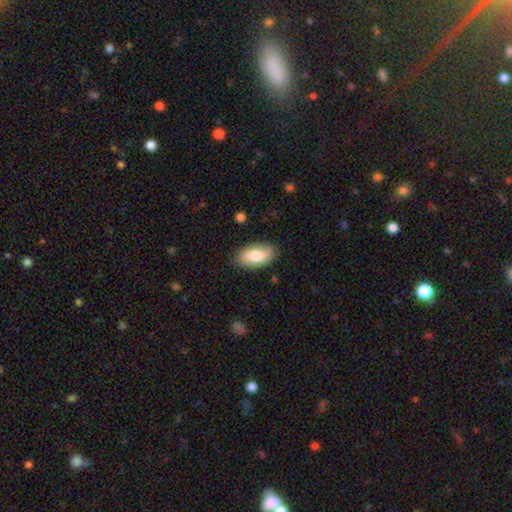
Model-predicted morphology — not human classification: This is likely a smooth galaxy (76%). How rounded: clearly in between (93%). Merging: clearly none (85%).